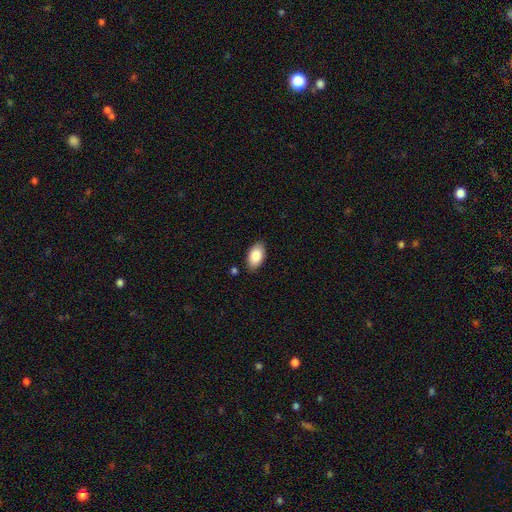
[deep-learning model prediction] A smooth galaxy with no disk features (86%) that is in between round and cigar-shaped (94%). Merging: none (86%).